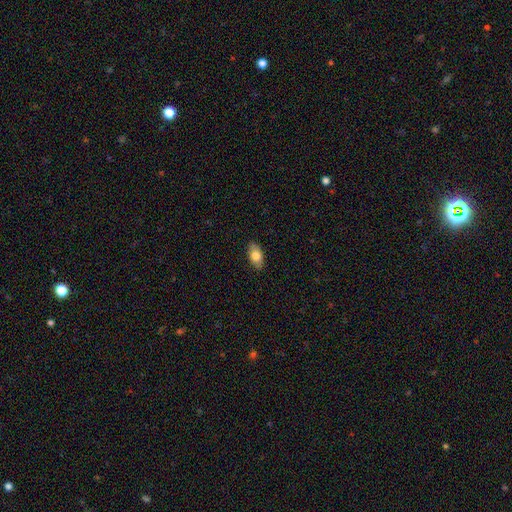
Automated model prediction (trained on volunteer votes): This is likely a smooth galaxy (79%). How rounded: clearly in between (91%). Merging: clearly none (88%).